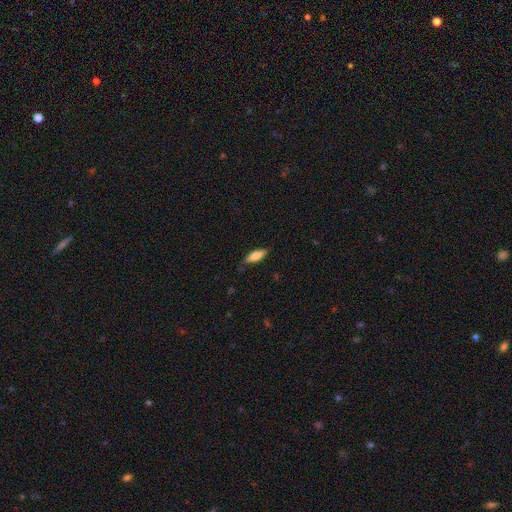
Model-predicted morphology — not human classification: Smooth or featured: smooth — 74% (featured or disk — 20%)
How rounded: in between — 57% (cigar-shaped — 41%)
Merging: none — 81% (minor disturbance — 15%)